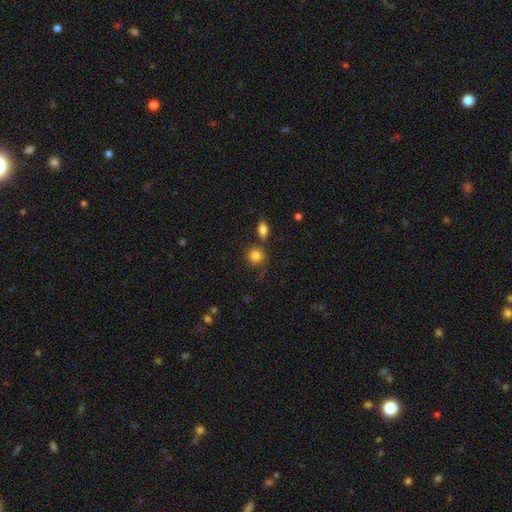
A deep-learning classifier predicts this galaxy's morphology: This appears to be a smooth galaxy with no disk features (84%) that is round (85%). Merging: none (70%).